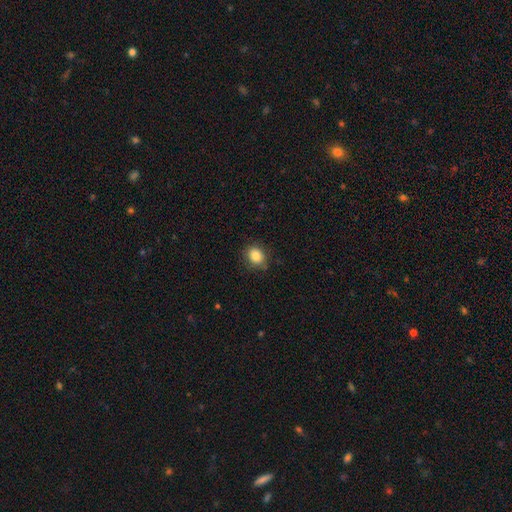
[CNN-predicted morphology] smooth 84%, star or artifact 10%, featured or disk 6%. Down the decision tree: how rounded — round (57%); merging — none (81%).